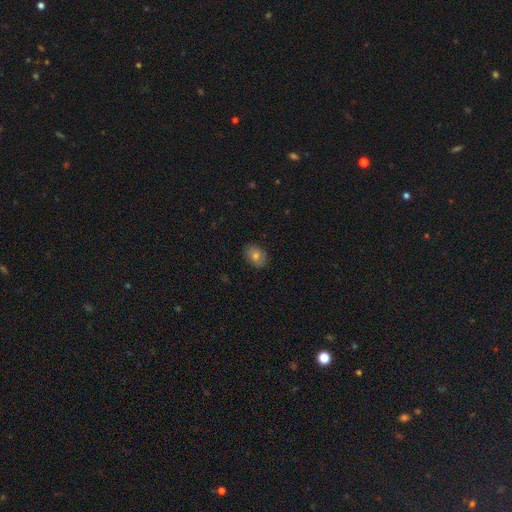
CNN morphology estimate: Smooth or featured?
  - smooth: 77% *
  - featured or disk: 13%
  - star or artifact: 10%
How rounded?
  - in between: 73% *
  - round: 26%
  - cigar-shaped: 1%
Merging?
  - none: 87% *
  - minor disturbance: 10%
  - major disturbance: 2%
  - merger: 1%